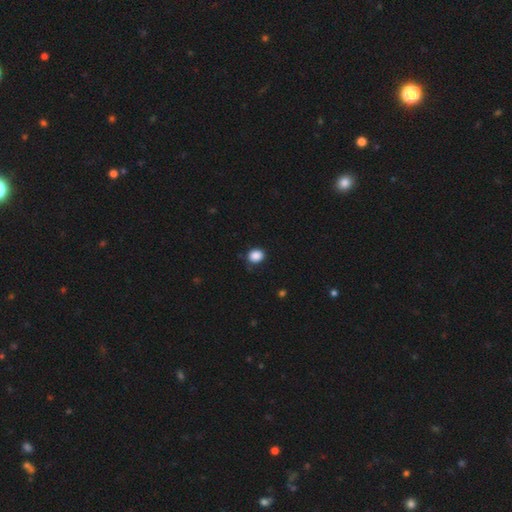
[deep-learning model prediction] The model was most divided on "how rounded": round: 55%, in between: 44%, cigar-shaped: 1%. More confident: smooth or featured — smooth (88%); merging — none (80%).